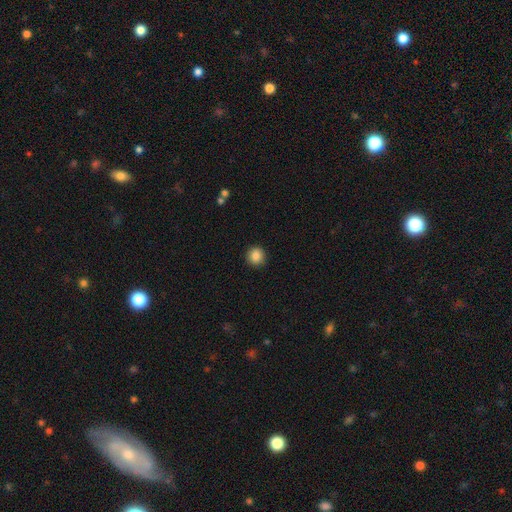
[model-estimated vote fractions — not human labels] Smooth or featured? smooth (87%)
How rounded? round (93%)
Merging? none (91%)